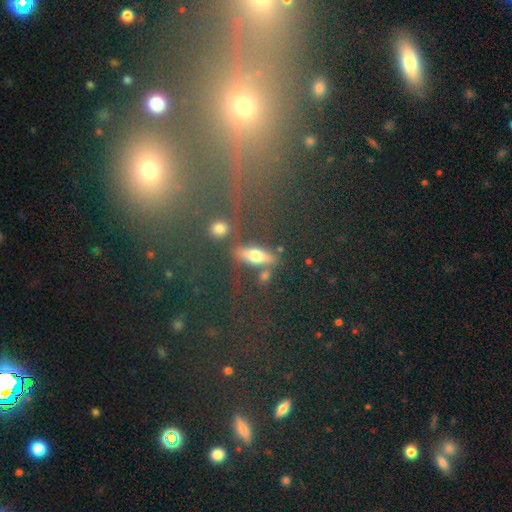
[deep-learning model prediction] smooth_or_featured: smooth (p=0.57) [alt: featured or disk p=0.28]
how_rounded: in between (p=0.49) [alt: cigar-shaped p=0.39]
merging: none (p=0.72) [alt: minor disturbance p=0.13]